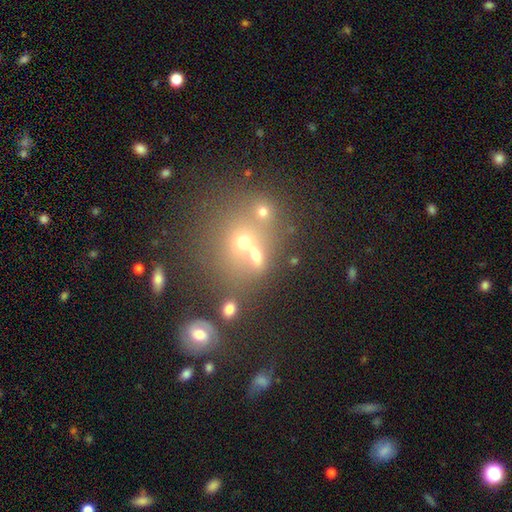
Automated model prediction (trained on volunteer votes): Smooth or featured: smooth — 62% (star or artifact — 23%)
How rounded: round — 58% (in between — 40%)
Merging: none — 44% (merger — 41%)